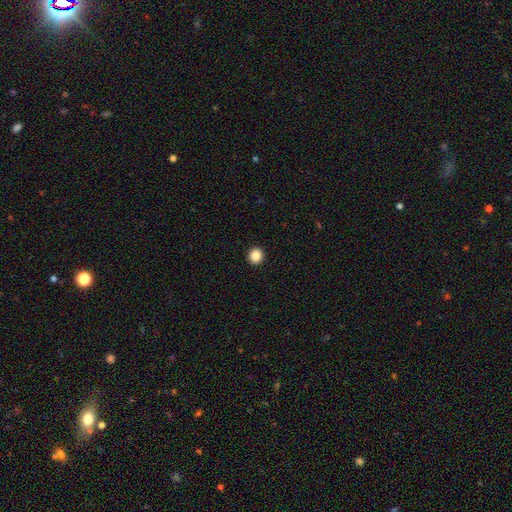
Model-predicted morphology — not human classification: A smooth galaxy with no disk features (87%) that is round (89%). Merging: none (93%).